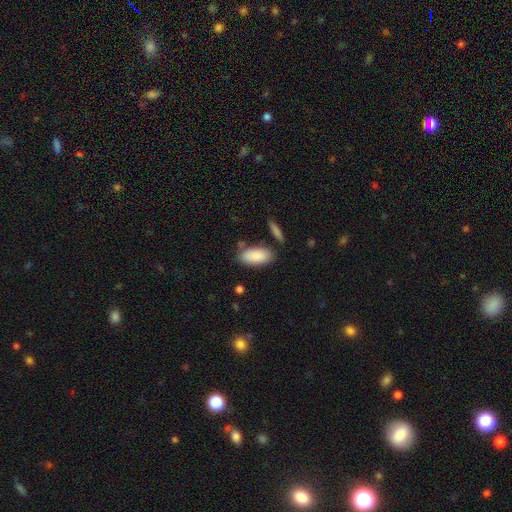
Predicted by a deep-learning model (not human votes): A smooth galaxy with no disk features (88%) that is in between round and cigar-shaped (90%). Merging: none (74%).